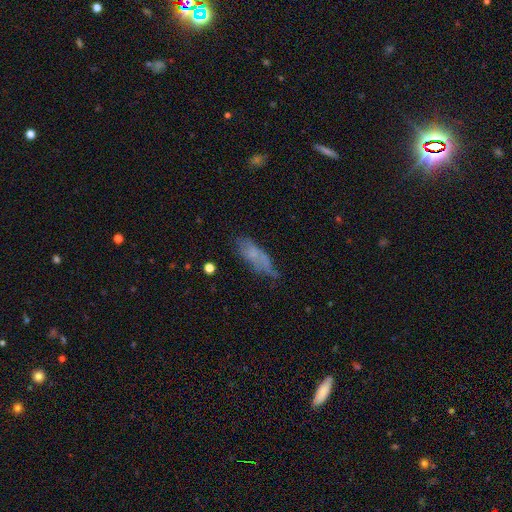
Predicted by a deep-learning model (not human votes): A smooth galaxy with no disk features (60%) that is in between round and cigar-shaped (58%).

Vote fractions:
- Smooth or featured? smooth: 60% / featured or disk: 29% / star or artifact: 11%
- How rounded? in between: 58% / cigar-shaped: 40% / round: 3%
- Merging? none: 50% / minor disturbance: 30% / major disturbance: 15% / merger: 5%